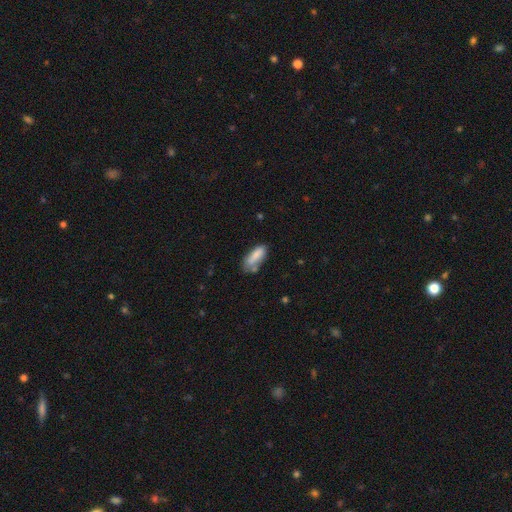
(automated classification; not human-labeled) This appears to be a smooth galaxy with no disk features (82%) that is in between round and cigar-shaped (66%). Merging: none (54%).